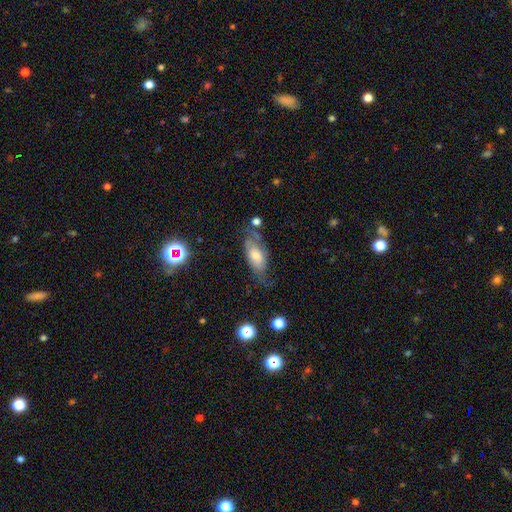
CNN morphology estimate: Smooth or featured?
  - smooth: 48% *
  - featured or disk: 43%
  - star or artifact: 9%
Merging?
  - none: 49% *
  - minor disturbance: 29%
  - major disturbance: 17%
  - merger: 5%